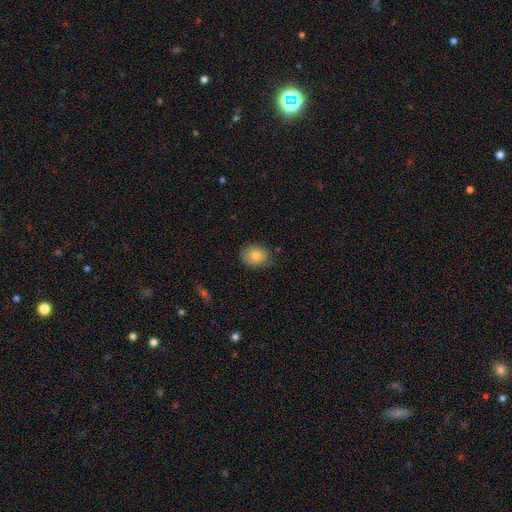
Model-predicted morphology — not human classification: type=smooth (81%); roundness=in between (50%); merging=none (74%).